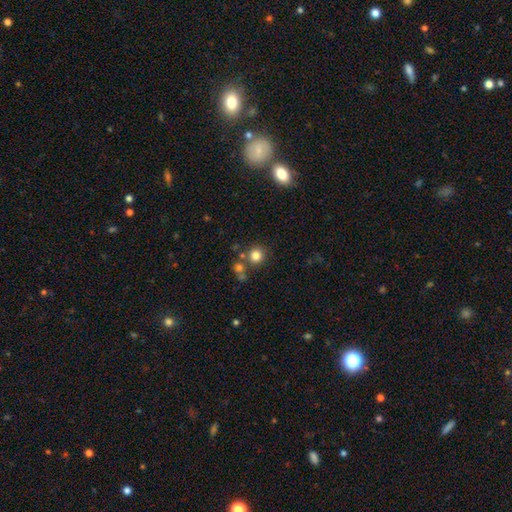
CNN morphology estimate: The model was most divided on "merging": none: 72%, merger: 16%, minor disturbance: 8%, major disturbance: 4%. More confident: how rounded — round (92%); smooth or featured — smooth (80%).